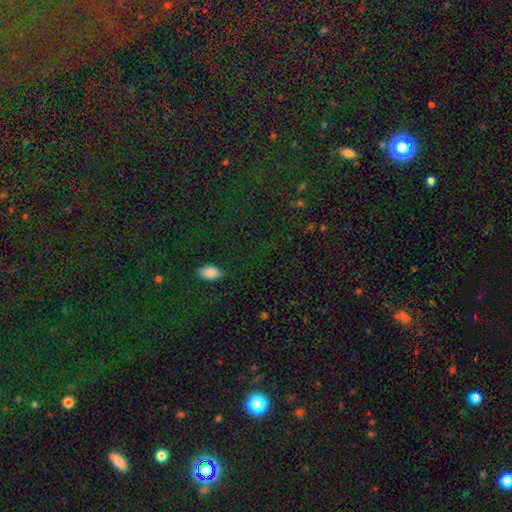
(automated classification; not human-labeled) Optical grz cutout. It shows a star or artifact, not a galaxy (68%).